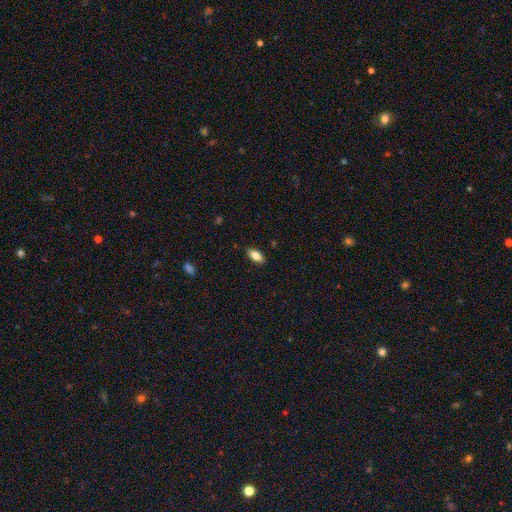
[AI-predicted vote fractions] smooth_or_featured: smooth (p=0.82) [alt: featured or disk p=0.11]
how_rounded: in between (p=0.86) [alt: cigar-shaped p=0.12]
merging: none (p=0.88) [alt: minor disturbance p=0.09]